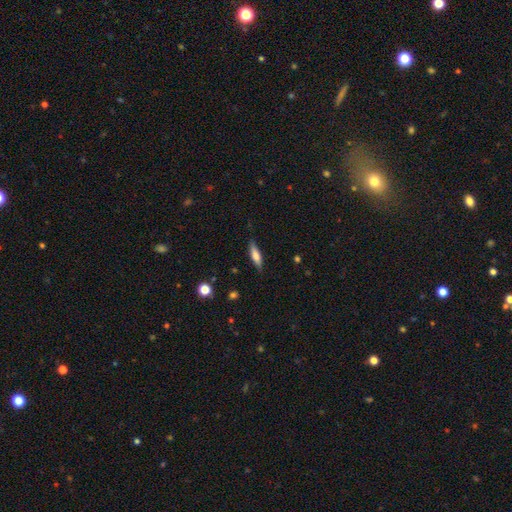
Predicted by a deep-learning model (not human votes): Morphology: type=smooth (64%); roundness=cigar-shaped (69%); merging=none (84%).